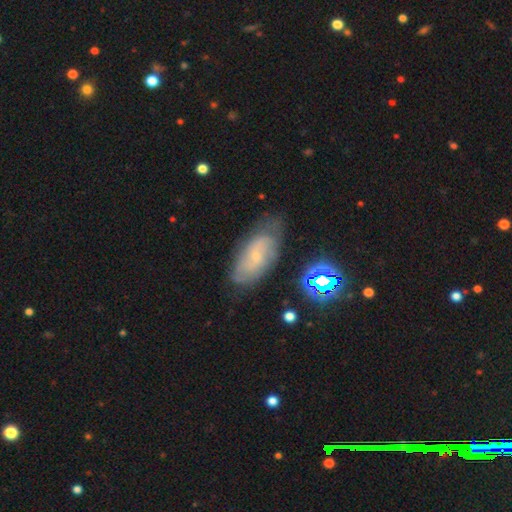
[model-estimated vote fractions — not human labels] Smooth or featured? Predicted: featured or disk (p=0.58). Edge-on disk? Predicted: no (p=0.92). Bar? Predicted: no (p=0.59). Spiral arms? Predicted: yes (p=0.82). Bulge size? Predicted: small (p=0.77). Merging? Predicted: none (p=0.65).